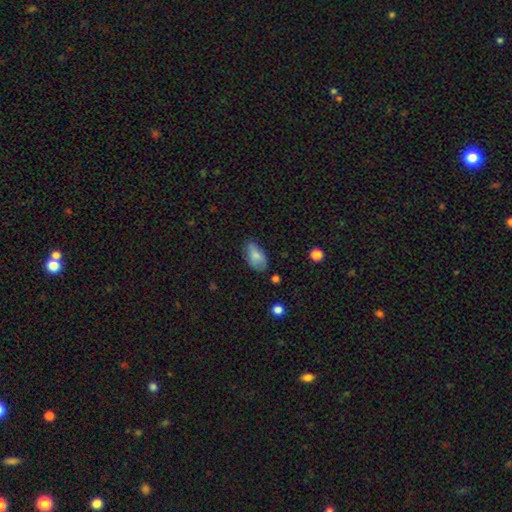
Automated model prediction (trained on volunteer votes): smooth 77%, featured or disk 16%, star or artifact 7%. Down the decision tree: how rounded — in between (92%); merging — none (62%).